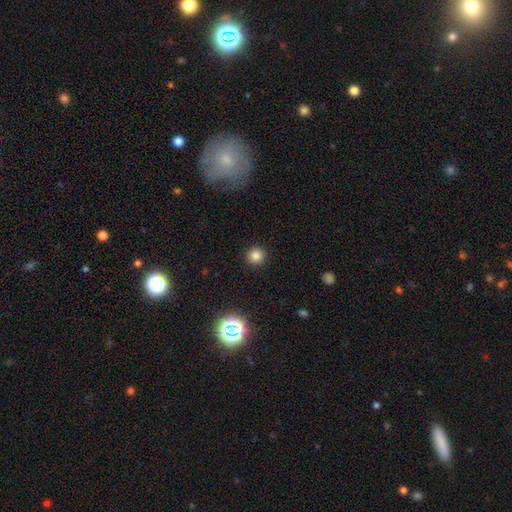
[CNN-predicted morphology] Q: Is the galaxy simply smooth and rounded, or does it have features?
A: smooth — 81%.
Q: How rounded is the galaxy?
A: round — 95%.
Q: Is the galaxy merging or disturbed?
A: none — 92%.